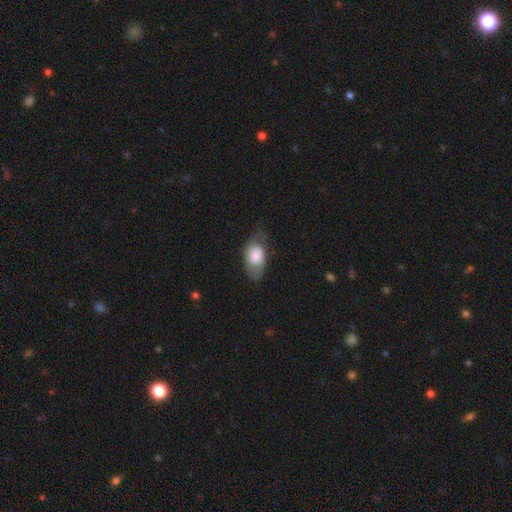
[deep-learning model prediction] Smooth or featured? smooth (74%)
How rounded? in between (88%)
Merging? none (60%)